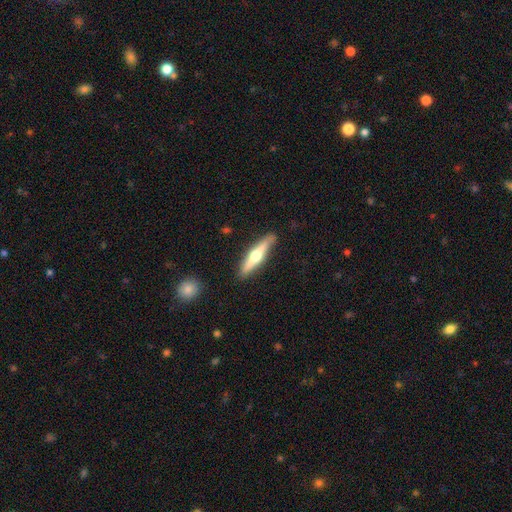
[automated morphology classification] featured or disk 59%, smooth 36%, star or artifact 5%. Down the decision tree: edge-on disk — yes (95%); edge-on bulge — rounded (93%); merging — none (87%).